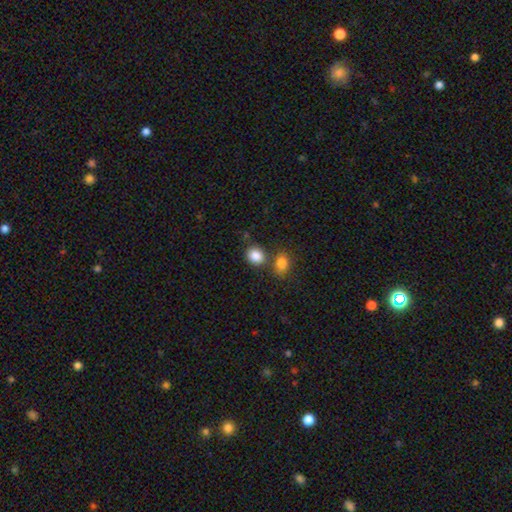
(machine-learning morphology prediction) smooth-or-featured: smooth: 86% | star or artifact: 9% | featured or disk: 5%
  how-rounded: round: 64% | in between: 35% | cigar-shaped: 1%
  merging: none: 67% | merger: 20% | minor disturbance: 10% | major disturbance: 3%